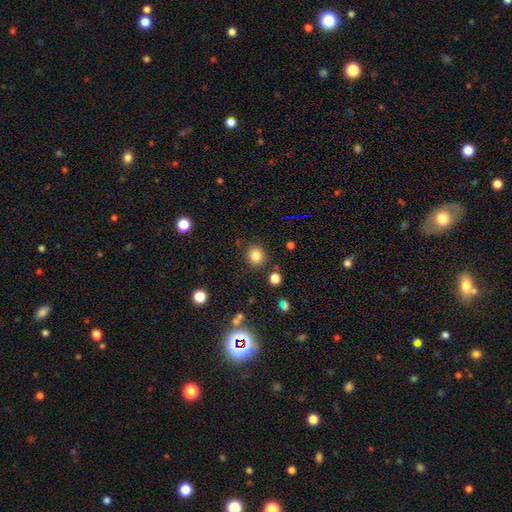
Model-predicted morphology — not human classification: Smooth or featured: smooth — 82% (star or artifact — 13%)
How rounded: round — 87% (in between — 12%)
Merging: none — 86% (minor disturbance — 8%)